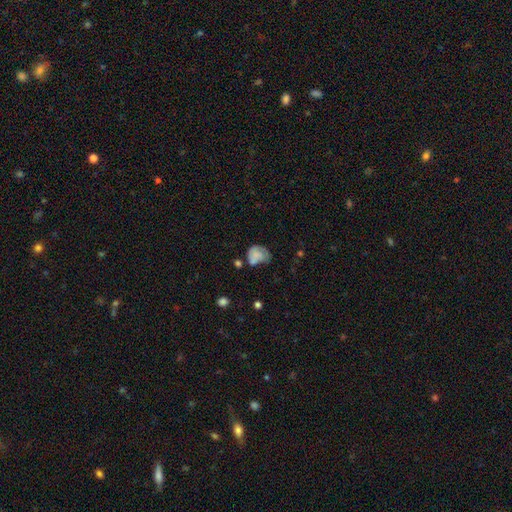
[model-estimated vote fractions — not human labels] The model was most divided on "merging": minor disturbance: 32%, none: 31%, major disturbance: 27%, merger: 10%. More confident: smooth or featured — smooth (62%); how rounded — in between (51%).